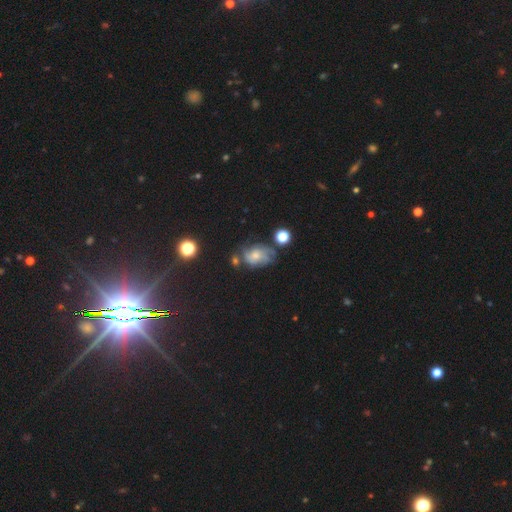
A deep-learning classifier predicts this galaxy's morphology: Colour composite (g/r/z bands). It shows a featured or disk galaxy (56%) with no bar (76%), spiral arms (81%) and a small central bulge (43%). Merging: none (45%).